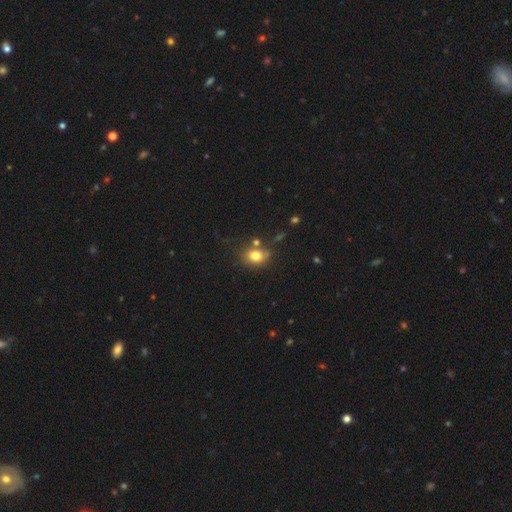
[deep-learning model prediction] Q: Smooth or featured?
A: smooth (78%); runner-up: star or artifact (11%)
Q: How rounded?
A: in between (50%); runner-up: round (49%)
Q: Merging?
A: none (60%); runner-up: minor disturbance (19%)